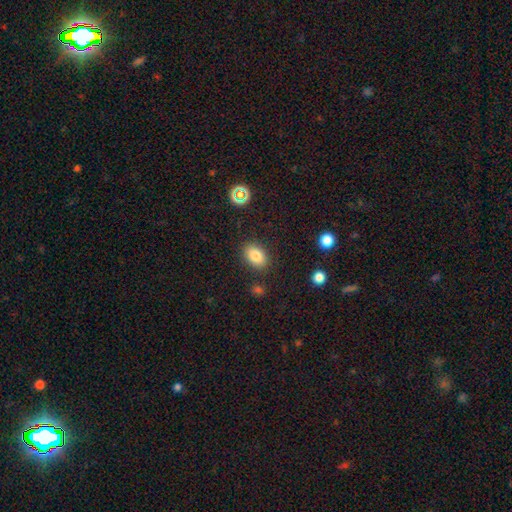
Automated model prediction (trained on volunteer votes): A smooth galaxy with no disk features (82%) that is in between round and cigar-shaped (83%). Merging: none (85%).